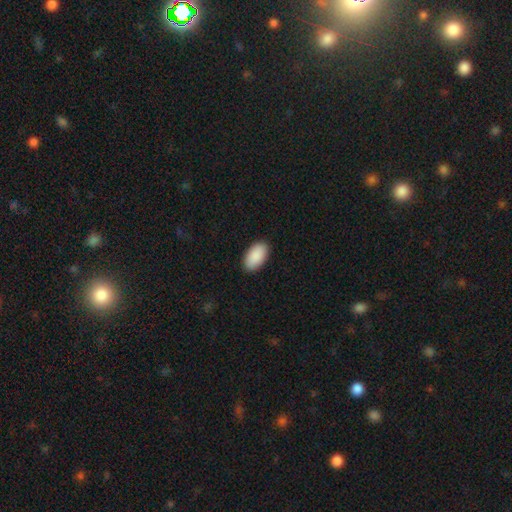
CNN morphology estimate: smooth 91%, star or artifact 6%, featured or disk 3%. Down the decision tree: how rounded — in between (96%); merging — none (90%).